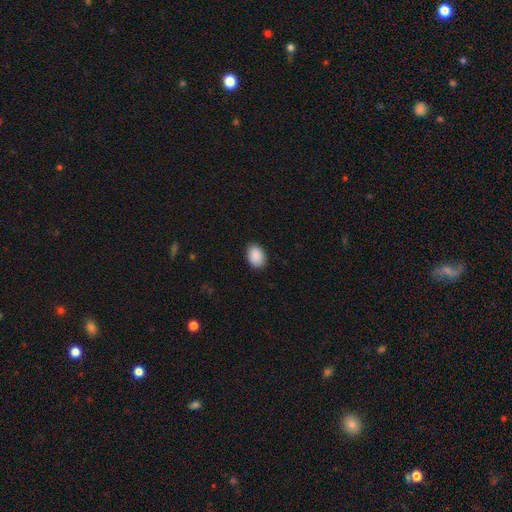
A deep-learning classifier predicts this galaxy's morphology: Smooth or featured? Predicted: smooth (p=0.90). How rounded? Predicted: in between (p=0.80). Merging? Predicted: none (p=0.86).